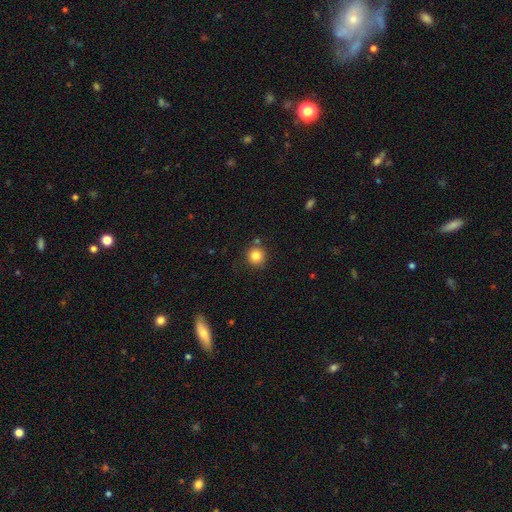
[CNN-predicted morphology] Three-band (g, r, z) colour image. It shows a smooth galaxy with no disk features (83%) that is round (93%). Merging: none (82%).